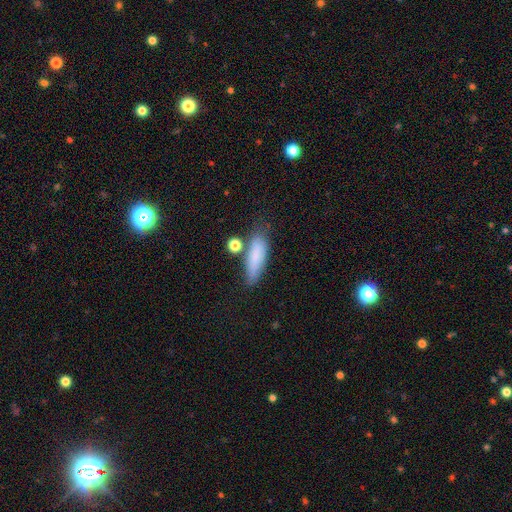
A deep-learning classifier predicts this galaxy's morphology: This appears to be a smooth galaxy with no disk features (80%) that is in between round and cigar-shaped (49%). Merging: none (63%).